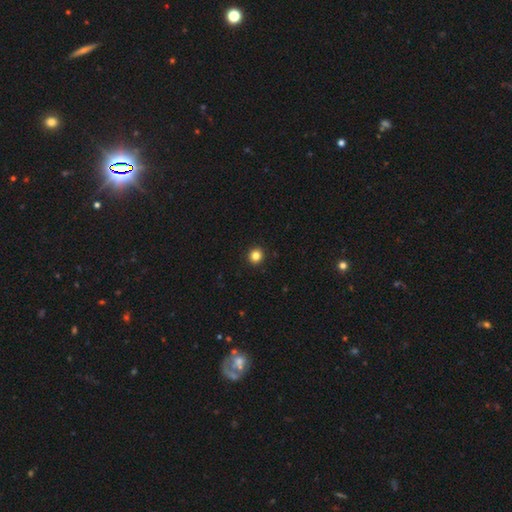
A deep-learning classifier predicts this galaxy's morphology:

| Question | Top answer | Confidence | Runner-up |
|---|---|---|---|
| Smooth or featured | smooth | 84% | star or artifact (12%) |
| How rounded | round | 92% | in between (7%) |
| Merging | none | 94% | minor disturbance (4%) |